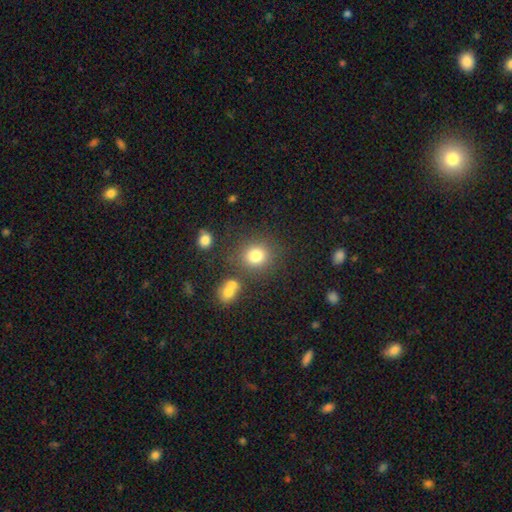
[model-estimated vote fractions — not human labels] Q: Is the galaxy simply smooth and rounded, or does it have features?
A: smooth — 80%.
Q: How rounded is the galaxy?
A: round — 84%.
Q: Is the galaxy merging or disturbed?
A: none — 78%.